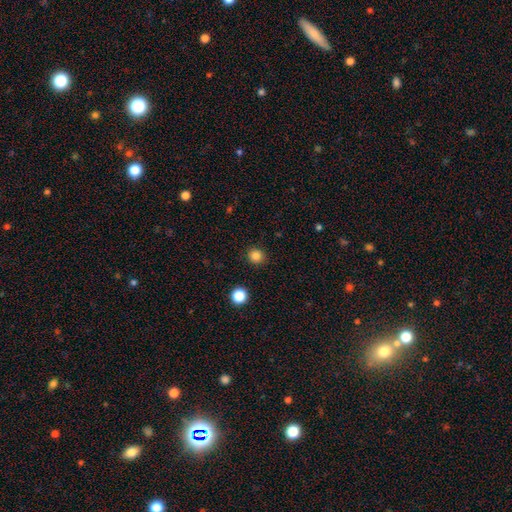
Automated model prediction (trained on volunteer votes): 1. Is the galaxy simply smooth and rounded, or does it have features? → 84% smooth, 13% star or artifact, 4% featured or disk.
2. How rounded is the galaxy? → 91% round, 8% in between, 1% cigar-shaped.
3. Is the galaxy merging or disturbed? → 91% none, 5% minor disturbance, 2% major disturbance, 1% merger.